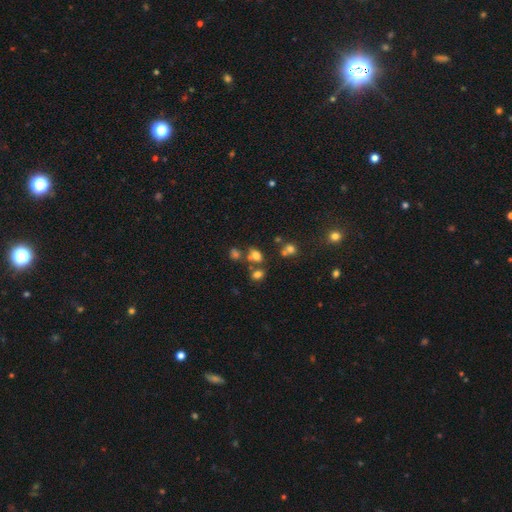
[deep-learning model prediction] Smooth or featured: smooth — 69% (star or artifact — 19%)
How rounded: in between — 68% (round — 30%)
Merging: none — 56% (merger — 25%)